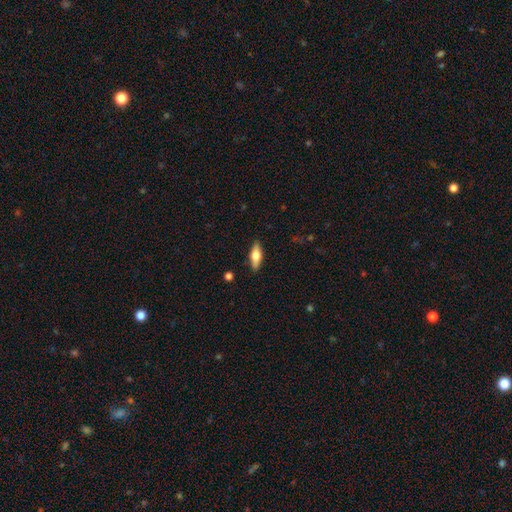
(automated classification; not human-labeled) smooth_or_featured: smooth (p=0.56) [alt: featured or disk p=0.38]
how_rounded: in between (p=0.63) [alt: cigar-shaped p=0.34]
merging: none (p=0.88) [alt: minor disturbance p=0.08]